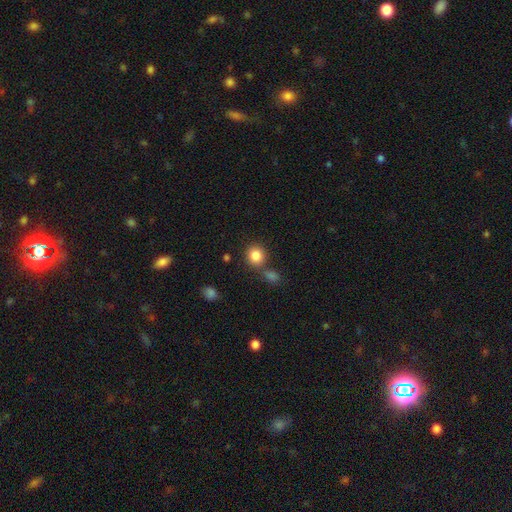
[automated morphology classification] smooth 85%, star or artifact 10%, featured or disk 5%. Down the decision tree: how rounded — round (86%); merging — none (70%).